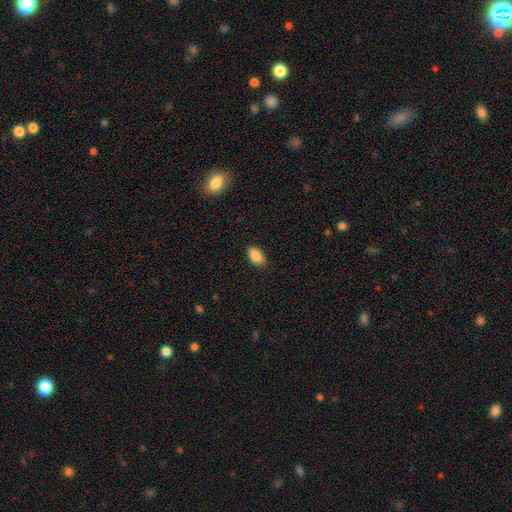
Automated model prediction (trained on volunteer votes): This is clearly a smooth galaxy (88%). How rounded: clearly in between (91%). Merging: clearly none (84%).